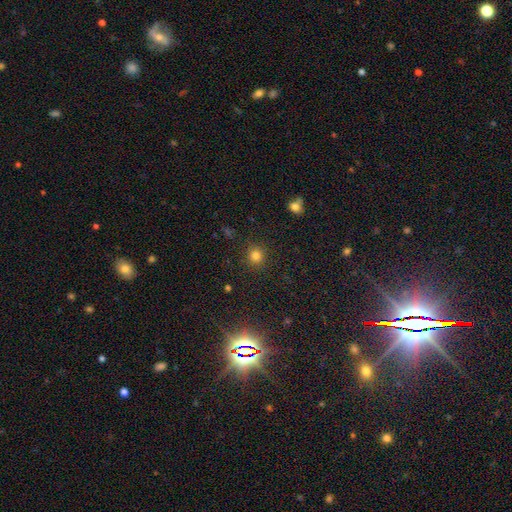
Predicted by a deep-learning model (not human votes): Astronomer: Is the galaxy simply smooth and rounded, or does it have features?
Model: smooth — 80%.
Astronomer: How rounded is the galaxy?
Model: round — 91%.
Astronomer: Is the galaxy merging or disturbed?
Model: none — 89%.